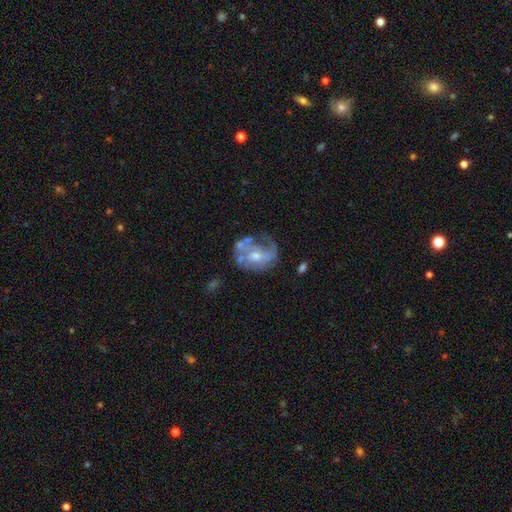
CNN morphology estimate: Q: Smooth or featured?
A: featured or disk (73%); runner-up: smooth (18%)
Q: Edge-on disk?
A: no (97%); runner-up: yes (3%)
Q: Bar?
A: no (63%); runner-up: weak (30%)
Q: Spiral arms?
A: yes (63%); runner-up: no (37%)
Q: Bulge size?
A: moderate (55%); runner-up: small (34%)
Q: Merging?
A: none (41%); runner-up: major disturbance (26%)